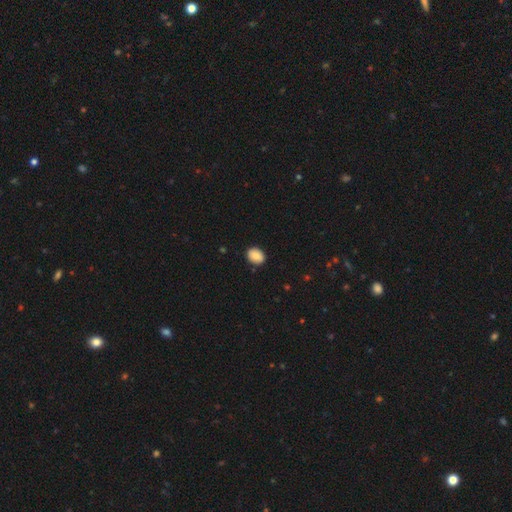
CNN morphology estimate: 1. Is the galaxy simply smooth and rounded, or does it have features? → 85% smooth, 8% star or artifact, 7% featured or disk.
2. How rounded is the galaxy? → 62% in between, 37% round, 1% cigar-shaped.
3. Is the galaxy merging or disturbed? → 86% none, 11% minor disturbance, 2% major disturbance, 1% merger.